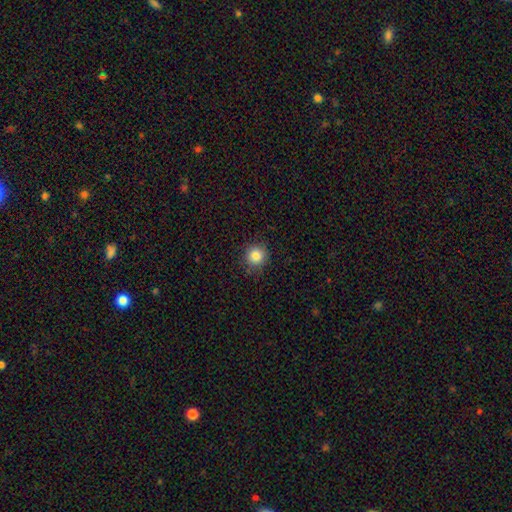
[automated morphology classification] The model was most divided on "smooth or featured": smooth: 84%, star or artifact: 11%, featured or disk: 5%. More confident: how rounded — round (92%); merging — none (86%).